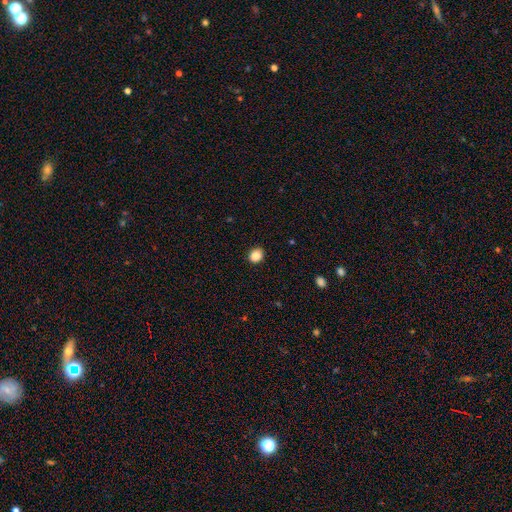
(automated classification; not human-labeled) A smooth galaxy with no disk features (88%) that is round (64%).

Vote fractions:
- Smooth or featured? smooth: 88% / star or artifact: 9% / featured or disk: 3%
- How rounded? round: 64% / in between: 35% / cigar-shaped: 1%
- Merging? none: 89% / minor disturbance: 7% / major disturbance: 2% / merger: 1%